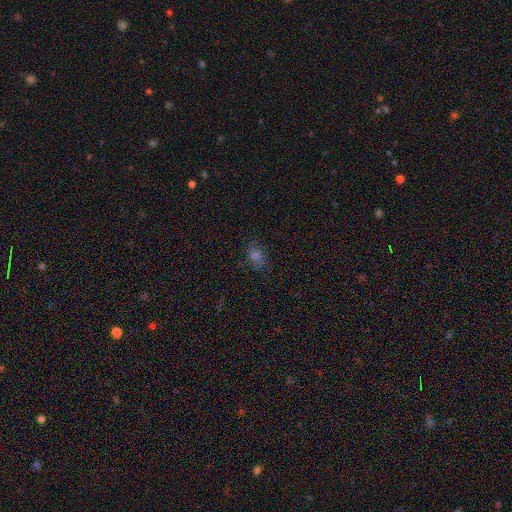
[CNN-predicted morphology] smooth-or-featured: smooth: 48% | star or artifact: 29% | featured or disk: 23%
  merging: none: 76% | minor disturbance: 16% | major disturbance: 7% | merger: 1%